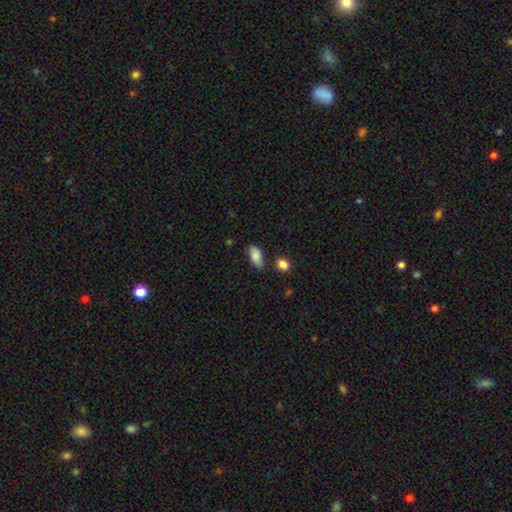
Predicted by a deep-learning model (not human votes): Overall: smooth (82%). How rounded: in between (90%). Merging: none (71%).